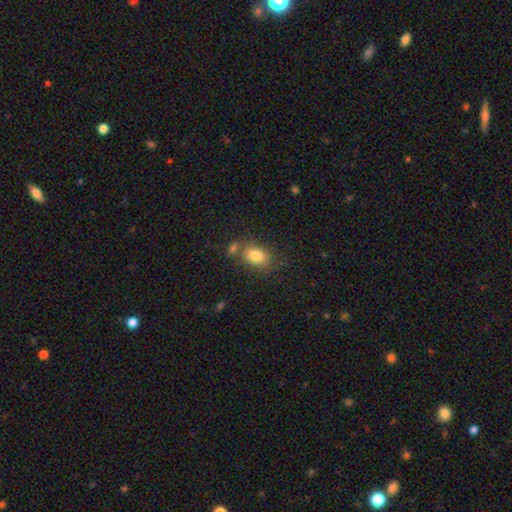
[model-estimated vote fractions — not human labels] Q: Smooth or featured?
A: smooth (82%); runner-up: star or artifact (9%)
Q: How rounded?
A: in between (76%); runner-up: round (22%)
Q: Merging?
A: none (65%); runner-up: merger (17%)